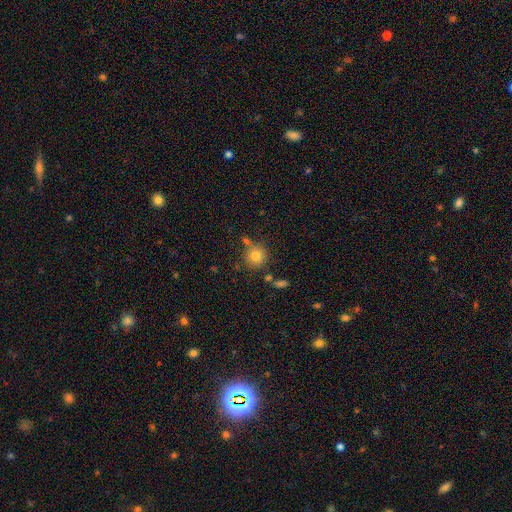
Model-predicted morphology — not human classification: Smooth or featured? Predicted: smooth (p=0.80). How rounded? Predicted: round (p=0.91). Merging? Predicted: none (p=0.75).